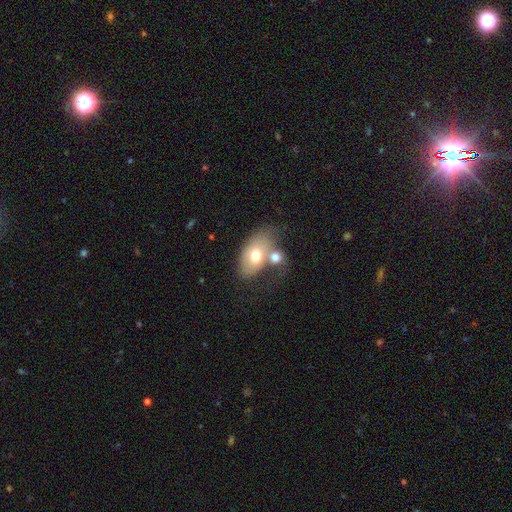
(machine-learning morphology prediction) Q: Smooth or featured?
A: smooth (63%); runner-up: featured or disk (29%)
Q: How rounded?
A: in between (86%); runner-up: round (12%)
Q: Merging?
A: merger (53%); runner-up: none (25%)